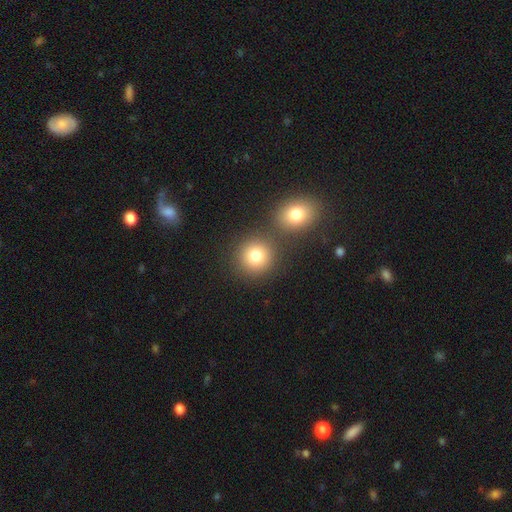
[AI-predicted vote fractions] smooth-or-featured: smooth: 80% | star or artifact: 12% | featured or disk: 8%
  how-rounded: round: 89% | in between: 10% | cigar-shaped: 1%
  merging: none: 71% | merger: 19% | minor disturbance: 7% | major disturbance: 3%